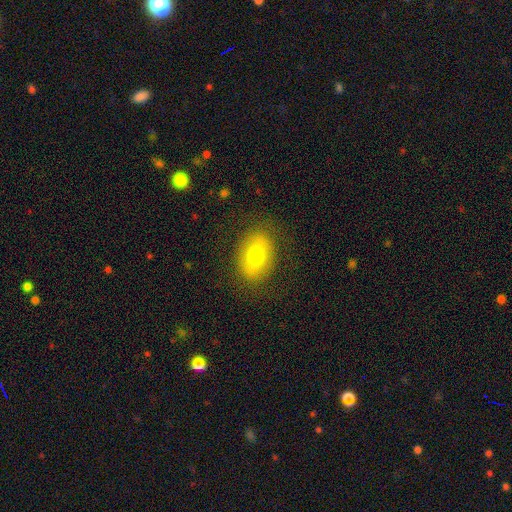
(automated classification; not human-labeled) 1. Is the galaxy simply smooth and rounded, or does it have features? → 68% smooth, 24% featured or disk, 9% star or artifact.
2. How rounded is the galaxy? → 76% in between, 22% round, 1% cigar-shaped.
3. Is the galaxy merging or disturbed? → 83% none, 12% minor disturbance, 5% major disturbance, 1% merger.